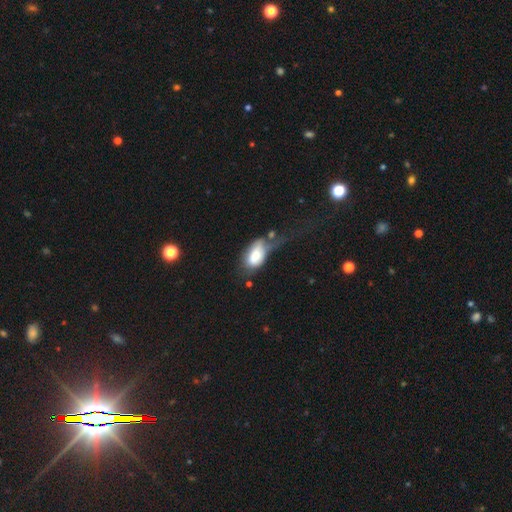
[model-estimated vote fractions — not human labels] A smooth galaxy with no disk features (68%) that is in between round and cigar-shaped (92%).

Vote fractions:
- Smooth or featured? smooth: 68% / featured or disk: 25% / star or artifact: 7%
- How rounded? in between: 92% / round: 5% / cigar-shaped: 3%
- Merging? major disturbance: 45% / minor disturbance: 23% / none: 18% / merger: 14%